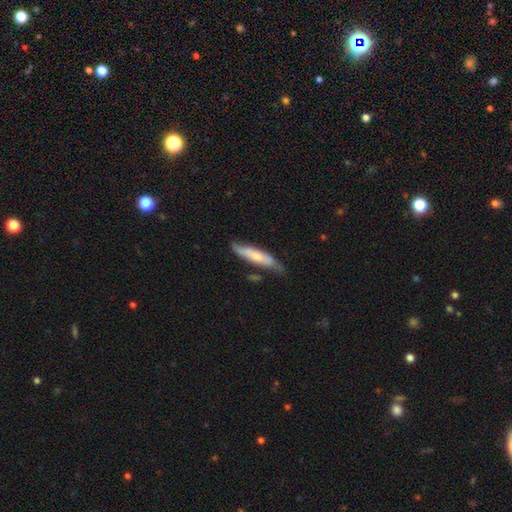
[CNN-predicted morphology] Smooth or featured?
  - smooth: 57% *
  - featured or disk: 38%
  - star or artifact: 6%
How rounded?
  - cigar-shaped: 78% *
  - in between: 21%
  - round: 1%
Merging?
  - none: 61% *
  - minor disturbance: 29%
  - major disturbance: 7%
  - merger: 4%